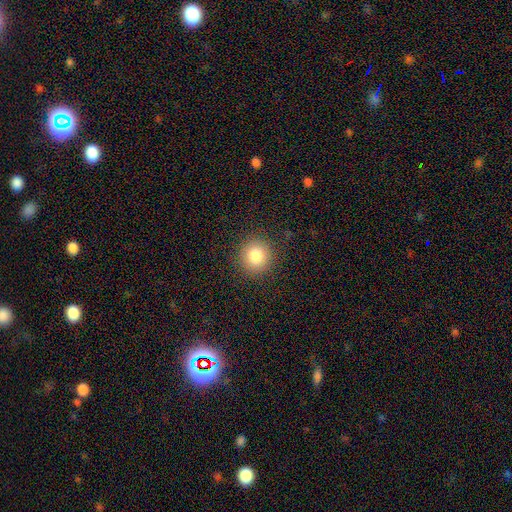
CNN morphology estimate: A smooth galaxy with no disk features (83%) that is round (92%).

Vote fractions:
- Smooth or featured? smooth: 83% / star or artifact: 11% / featured or disk: 7%
- How rounded? round: 92% / in between: 7% / cigar-shaped: 1%
- Merging? none: 90% / minor disturbance: 7% / major disturbance: 3% / merger: 1%